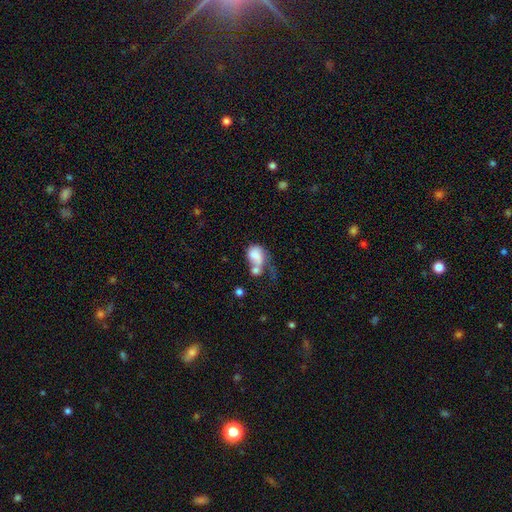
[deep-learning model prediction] This appears to be a smooth galaxy with no disk features (65%) that is in between round and cigar-shaped (70%). Merging: merger (43%).